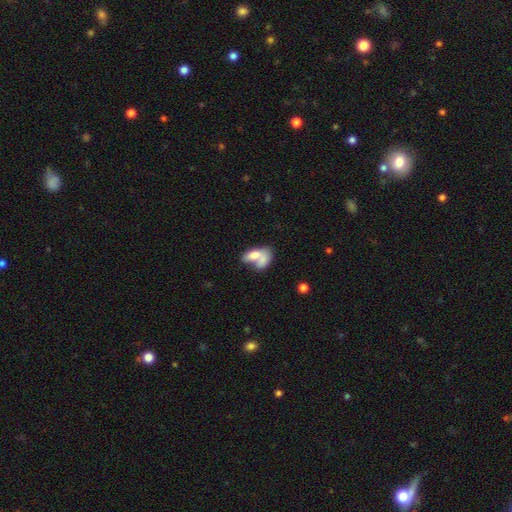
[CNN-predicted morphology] Q: Smooth or featured?
A: smooth (72%); runner-up: featured or disk (21%)
Q: How rounded?
A: in between (84%); runner-up: round (9%)
Q: Merging?
A: merger (61%); runner-up: none (21%)